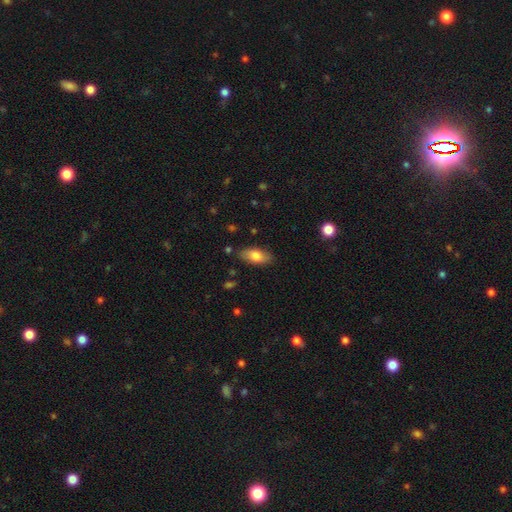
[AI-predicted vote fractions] Smooth or featured? smooth (77%)
How rounded? in between (89%)
Merging? none (84%)